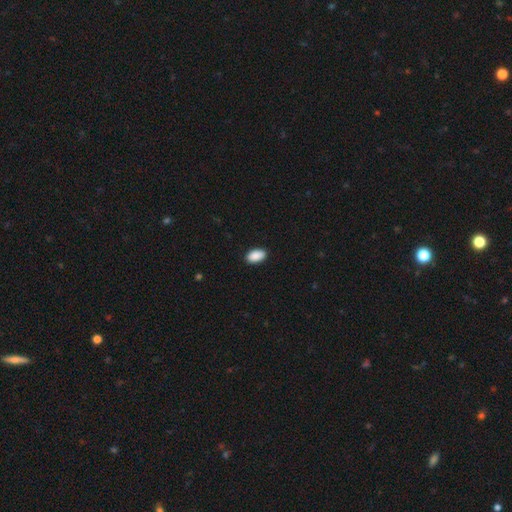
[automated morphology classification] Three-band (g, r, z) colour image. It shows a smooth galaxy with no disk features (90%) that is in between round and cigar-shaped (95%). Merging: none (89%).